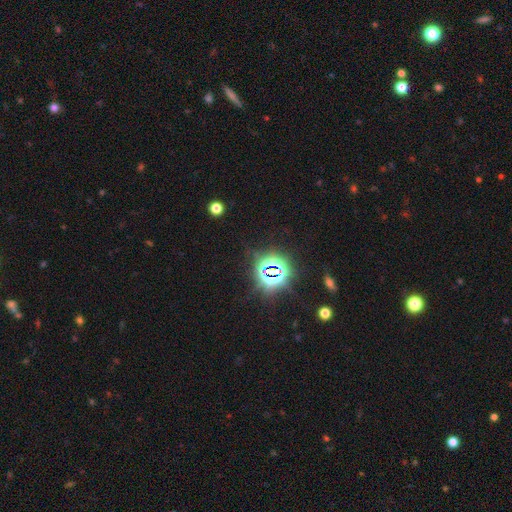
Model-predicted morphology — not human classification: Overall: star or artifact (80%).